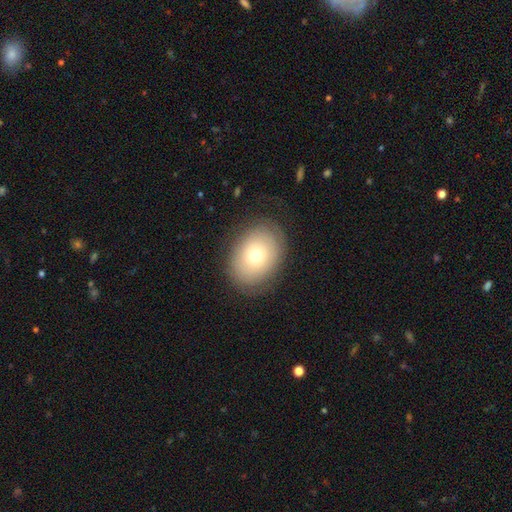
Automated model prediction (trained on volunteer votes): smooth 68%, featured or disk 23%, star or artifact 9%. Down the decision tree: how rounded — in between (67%); merging — none (82%).